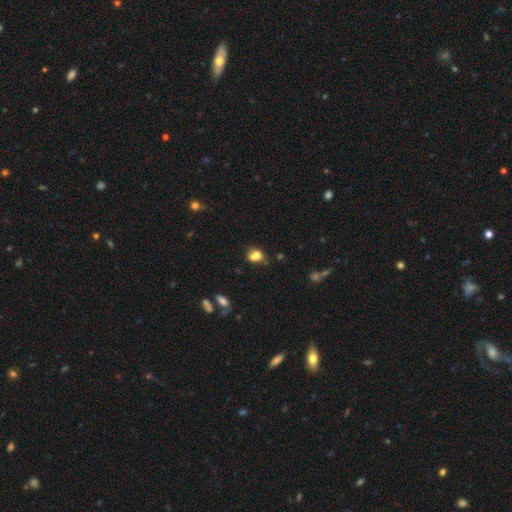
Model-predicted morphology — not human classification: Smooth or featured? Predicted: smooth (p=0.73). How rounded? Predicted: round (p=0.49, tied with in between). Merging? Predicted: merger (p=0.41).